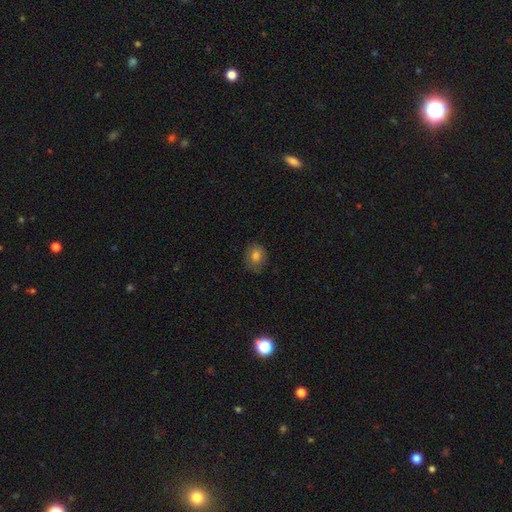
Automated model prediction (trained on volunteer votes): Smooth or featured?
  - smooth: 78% *
  - featured or disk: 12%
  - star or artifact: 10%
How rounded?
  - round: 62% *
  - in between: 37%
  - cigar-shaped: 1%
Merging?
  - none: 73% *
  - minor disturbance: 20%
  - major disturbance: 6%
  - merger: 1%